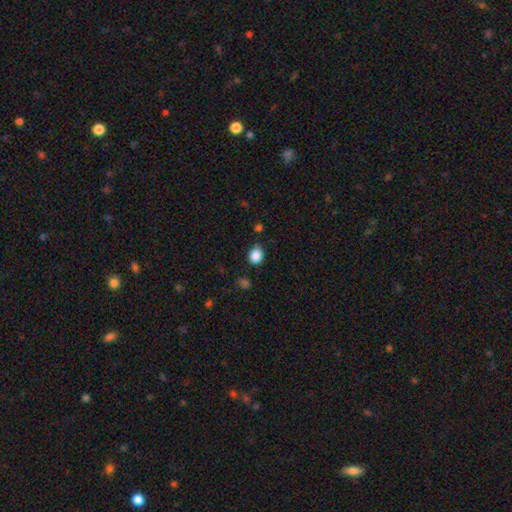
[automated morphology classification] smooth_or_featured: smooth (p=0.87) [alt: star or artifact p=0.10]
how_rounded: round (p=0.61) [alt: in between p=0.39]
merging: none (p=0.74) [alt: minor disturbance p=0.19]